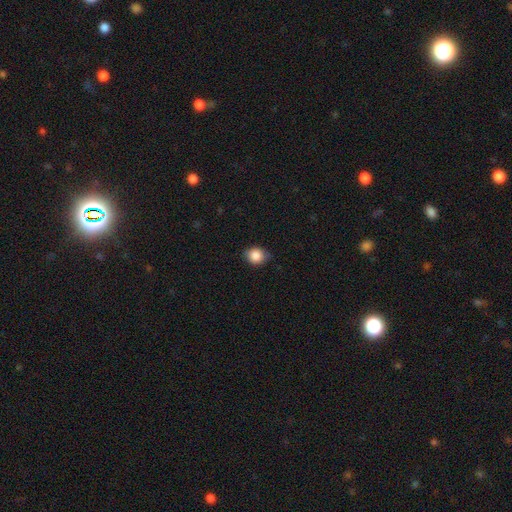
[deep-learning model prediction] A smooth galaxy with no disk features (86%) that is round (61%). Merging: none (77%).